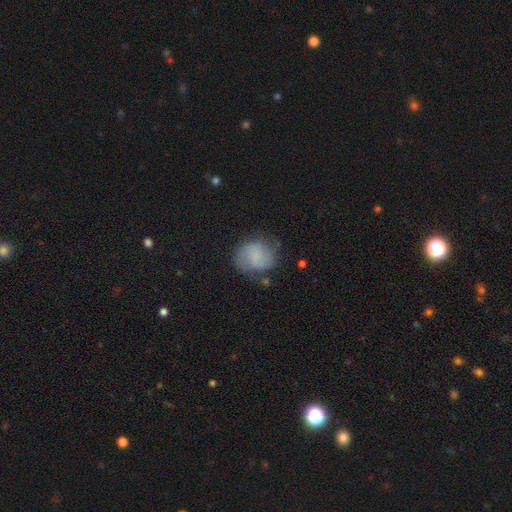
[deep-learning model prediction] Smooth or featured? featured or disk (47%)
Merging? none (68%)